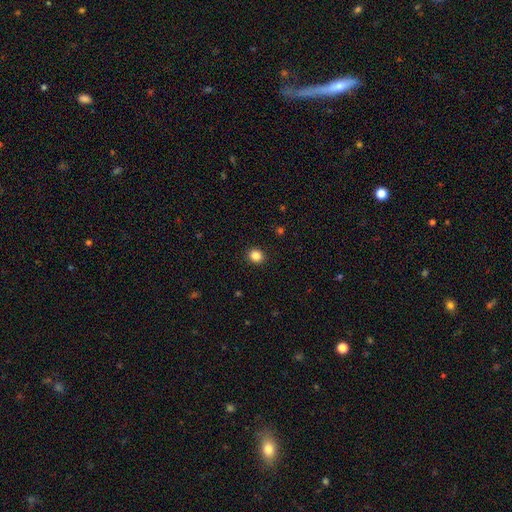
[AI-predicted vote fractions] Smooth or featured? smooth (85%)
How rounded? round (75%)
Merging? none (92%)